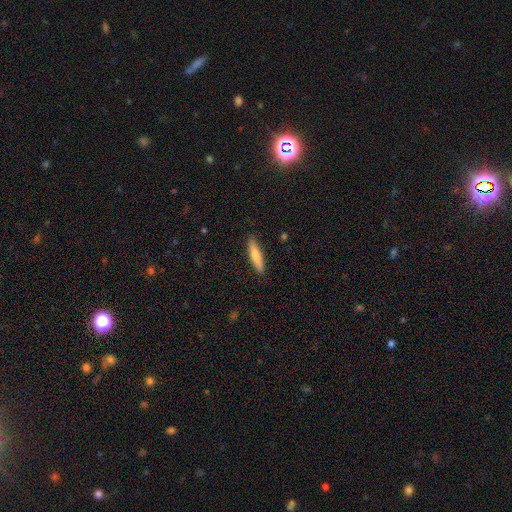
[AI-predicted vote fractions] smooth-or-featured: smooth: 74% | featured or disk: 21% | star or artifact: 6%
  how-rounded: cigar-shaped: 84% | in between: 15% | round: 1%
  merging: none: 88% | minor disturbance: 9% | major disturbance: 2% | merger: 1%